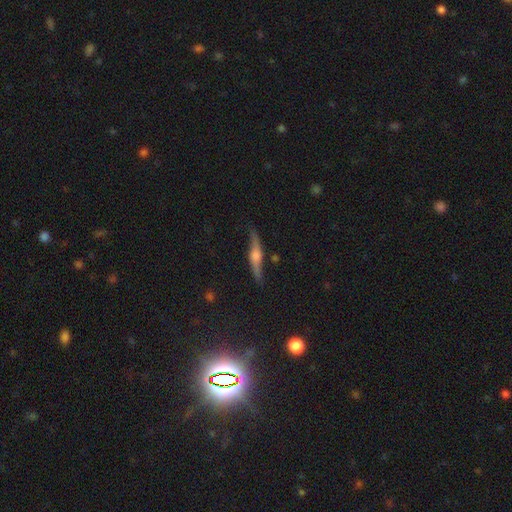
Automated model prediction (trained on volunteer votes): featured or disk 73%, smooth 20%, star or artifact 7%. Down the decision tree: edge-on disk — yes (87%); edge-on bulge — rounded (84%); merging — none (78%).